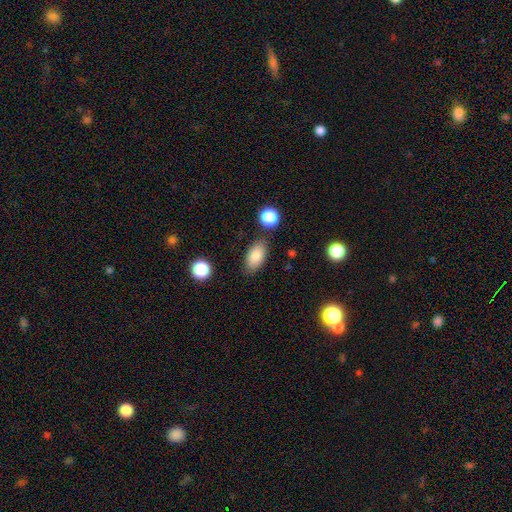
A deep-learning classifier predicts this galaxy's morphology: A smooth galaxy with no disk features (85%) that is in between round and cigar-shaped (92%). Merging: none (79%).